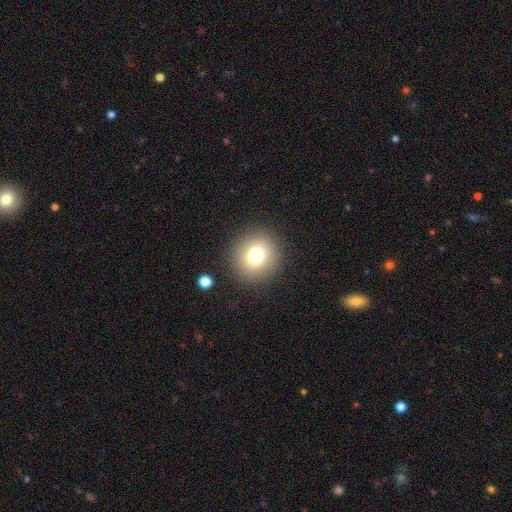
Smooth or featured?
  - smooth: 78% *
  - star or artifact: 12%
  - featured or disk: 10%
How rounded?
  - round: 94% *
  - in between: 6%
  - cigar-shaped: 0%
Merging?
  - none: 89% *
  - minor disturbance: 6%
  - major disturbance: 6%
  - merger: 0%